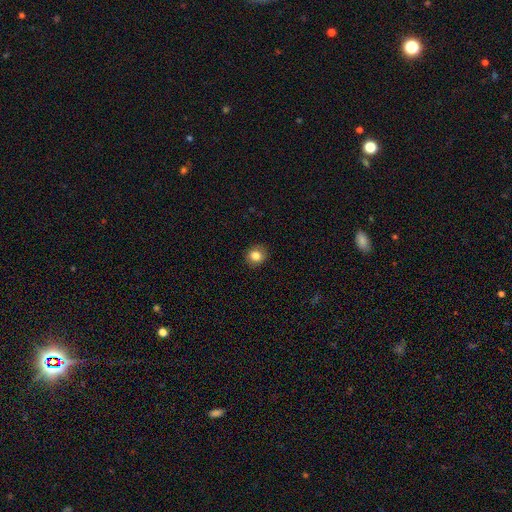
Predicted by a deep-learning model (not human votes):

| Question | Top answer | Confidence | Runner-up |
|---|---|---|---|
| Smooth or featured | smooth | 83% | star or artifact (10%) |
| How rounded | round | 78% | in between (21%) |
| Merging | none | 89% | minor disturbance (8%) |